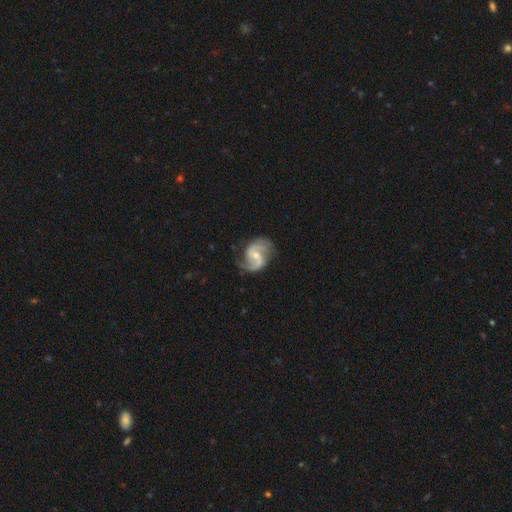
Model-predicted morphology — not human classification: A featured or disk galaxy (91%) with a weak bar (51%), 2 (91%) medium (57%) spiral arms (98%) and a small central bulge (50%).

Vote fractions:
- Smooth or featured? featured or disk: 91% / smooth: 5% / star or artifact: 4%
- Edge-on disk? no: 98% / yes: 2%
- Bar? weak: 51% / no: 34% / strong: 15%
- Spiral arms? yes: 98% / no: 2%
- Spiral winding? medium: 57% / loose: 26% / tight: 17%
- Spiral arm count? 2: 91% / can't tell: 3% / 3: 2% / 1: 2% / 4: 1% / more than 4: 1%
- Bulge size? small: 50% / moderate: 45% / none: 2% / large: 2% / dominant: 1%
- Merging? none: 74% / minor disturbance: 17% / major disturbance: 7% / merger: 2%